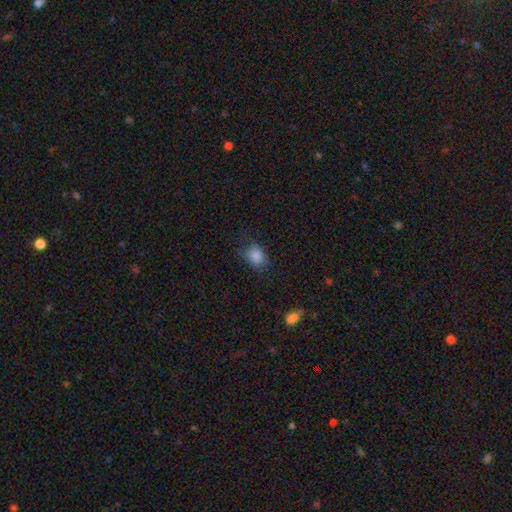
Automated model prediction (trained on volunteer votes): Smooth or featured: smooth — 85% (star or artifact — 10%)
How rounded: in between — 50% (round — 49%)
Merging: none — 74% (minor disturbance — 19%)